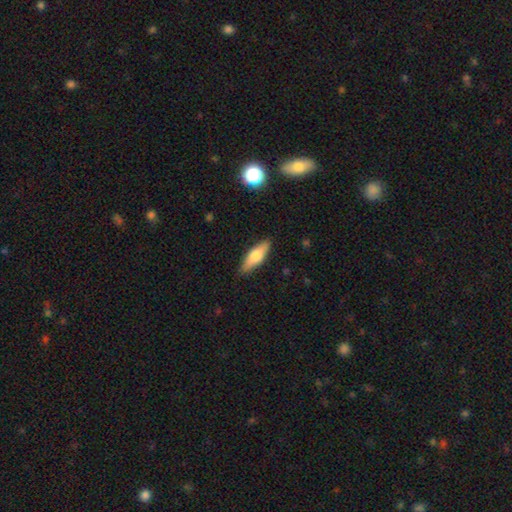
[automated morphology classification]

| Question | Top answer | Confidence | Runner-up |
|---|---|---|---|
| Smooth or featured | smooth | 65% | featured or disk (29%) |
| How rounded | in between | 58% | cigar-shaped (39%) |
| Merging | none | 87% | minor disturbance (10%) |